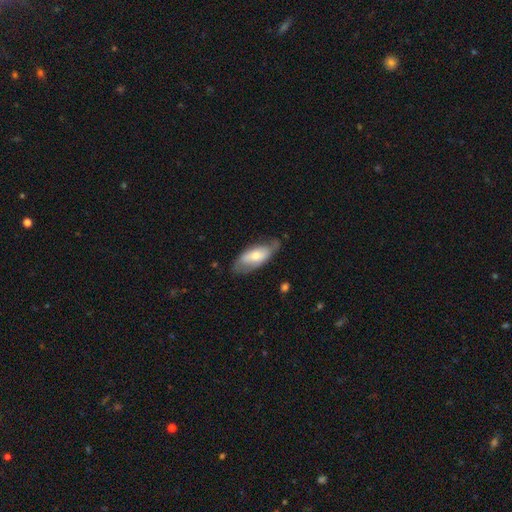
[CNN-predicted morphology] This appears to be a smooth galaxy with no disk features (56%) that is in between round and cigar-shaped (85%). Merging: none (58%).